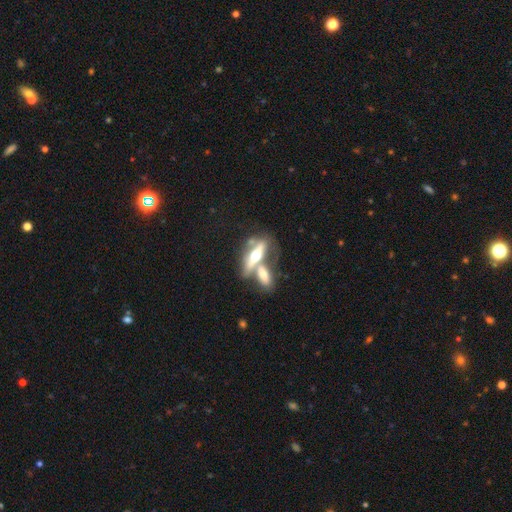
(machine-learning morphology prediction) Smooth or featured?
  - featured or disk: 59% *
  - smooth: 35%
  - star or artifact: 7%
Edge-on disk?
  - yes: 69% *
  - no: 31%
Merging?
  - merger: 59% *
  - none: 27%
  - minor disturbance: 8%
  - major disturbance: 6%